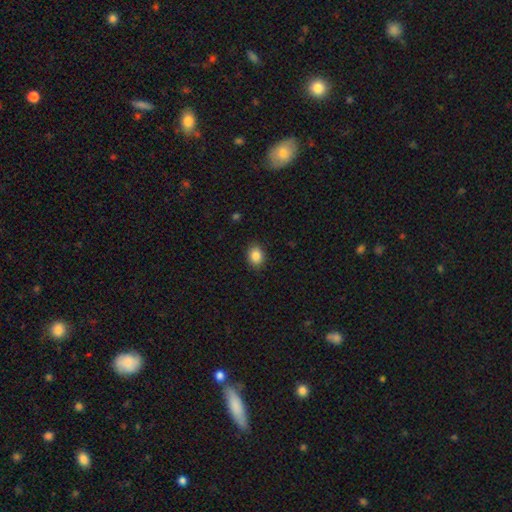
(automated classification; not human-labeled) smooth 87%, star or artifact 9%, featured or disk 4%. Down the decision tree: how rounded — in between (57%); merging — none (89%).